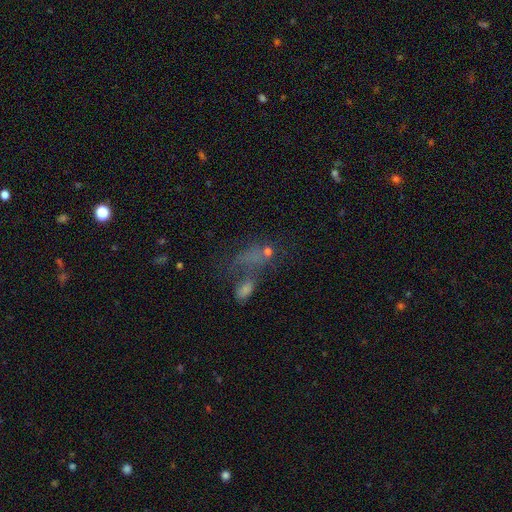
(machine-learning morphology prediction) Smooth or featured?
  - smooth: 44% *
  - star or artifact: 35%
  - featured or disk: 22%
Merging?
  - none: 34% *
  - merger: 32%
  - major disturbance: 20%
  - minor disturbance: 14%